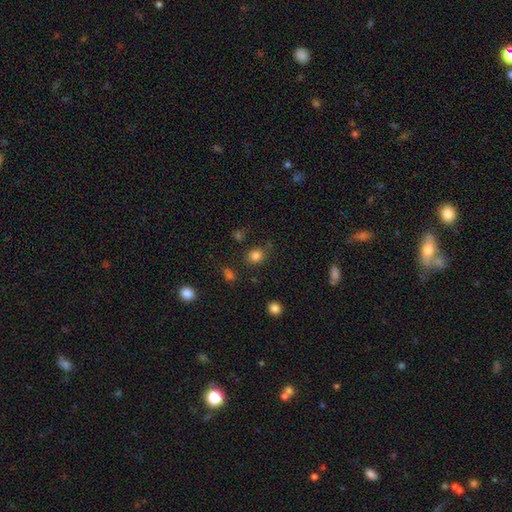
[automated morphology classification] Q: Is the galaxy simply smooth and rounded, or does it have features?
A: smooth — 82%.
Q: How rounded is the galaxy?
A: round — 74%.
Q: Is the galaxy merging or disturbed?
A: none — 78%.